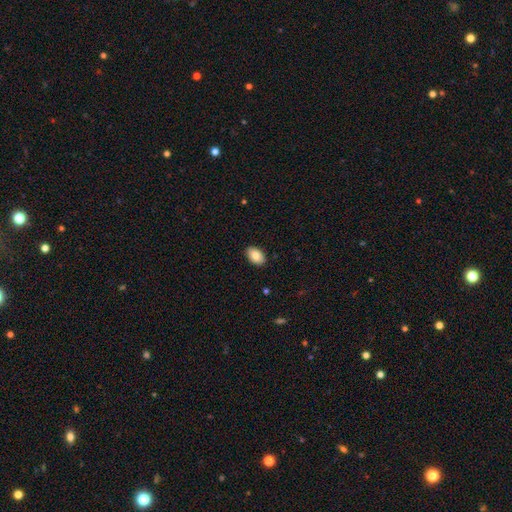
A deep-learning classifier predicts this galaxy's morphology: Smooth or featured? Predicted: smooth (p=0.84). How rounded? Predicted: in between (p=0.92). Merging? Predicted: none (p=0.88).